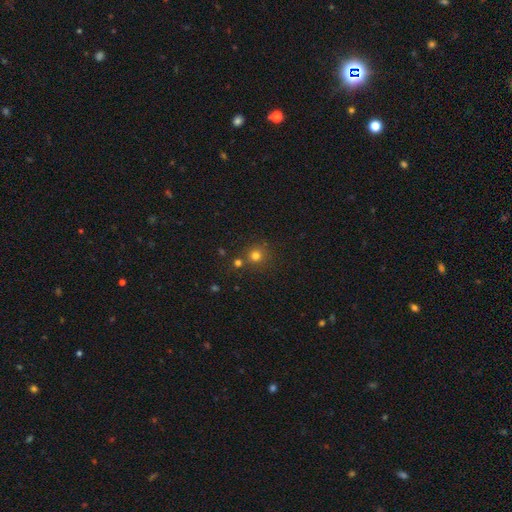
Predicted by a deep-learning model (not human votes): Smooth or featured?
  - smooth: 76% *
  - star or artifact: 17%
  - featured or disk: 7%
How rounded?
  - round: 91% *
  - in between: 8%
  - cigar-shaped: 1%
Merging?
  - none: 73% *
  - merger: 16%
  - minor disturbance: 8%
  - major disturbance: 3%